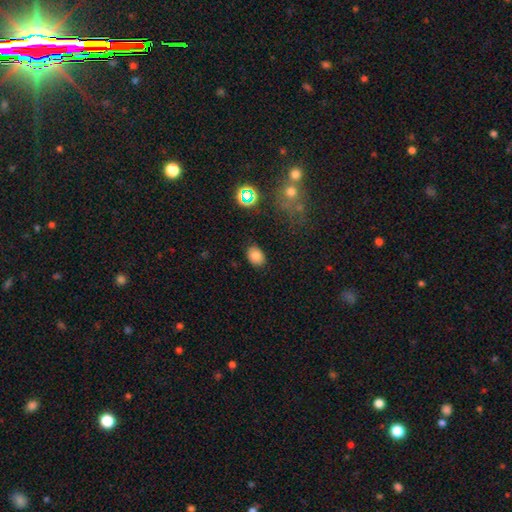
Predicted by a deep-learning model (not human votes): smooth 80%, star or artifact 13%, featured or disk 7%. Down the decision tree: how rounded — in between (71%); merging — none (83%).